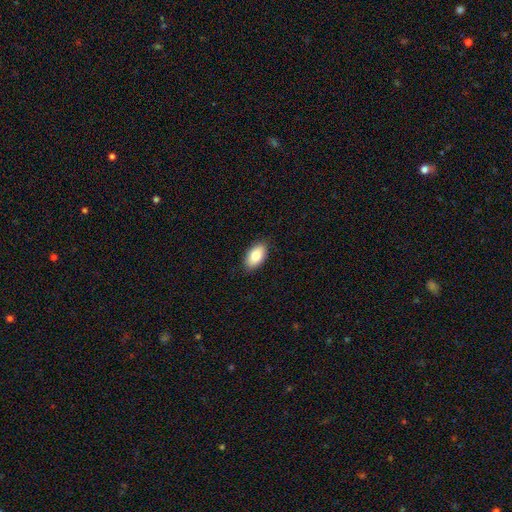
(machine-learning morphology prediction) Smooth or featured?
  - smooth: 82% *
  - featured or disk: 12%
  - star or artifact: 7%
How rounded?
  - in between: 94% *
  - round: 4%
  - cigar-shaped: 2%
Merging?
  - none: 88% *
  - minor disturbance: 9%
  - major disturbance: 2%
  - merger: 1%